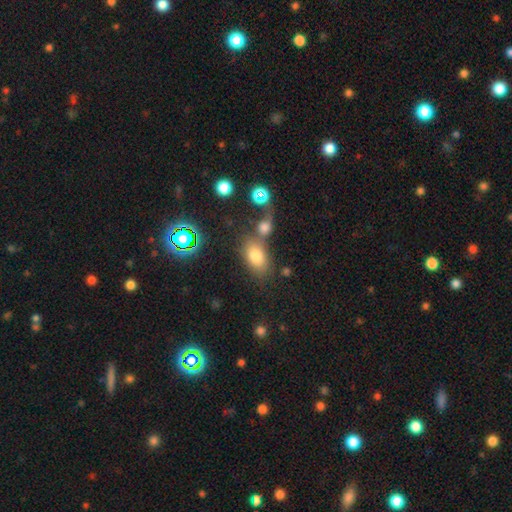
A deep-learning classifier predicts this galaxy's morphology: A smooth galaxy with no disk features (74%) that is in between round and cigar-shaped (82%).

Vote fractions:
- Smooth or featured? smooth: 74% / star or artifact: 14% / featured or disk: 12%
- How rounded? in between: 82% / round: 16% / cigar-shaped: 2%
- Merging? none: 51% / merger: 29% / minor disturbance: 13% / major disturbance: 7%